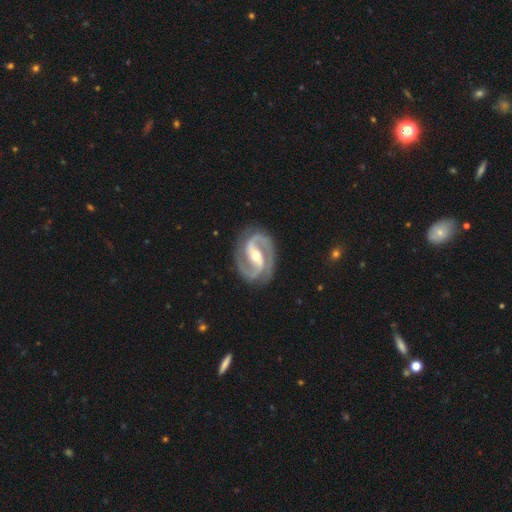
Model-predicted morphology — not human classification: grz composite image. It shows a featured or disk galaxy (94%) with a strong bar (53%), 2 (93%) medium (56%) spiral arms (98%) and a moderate central bulge (59%). Merging: none (85%).